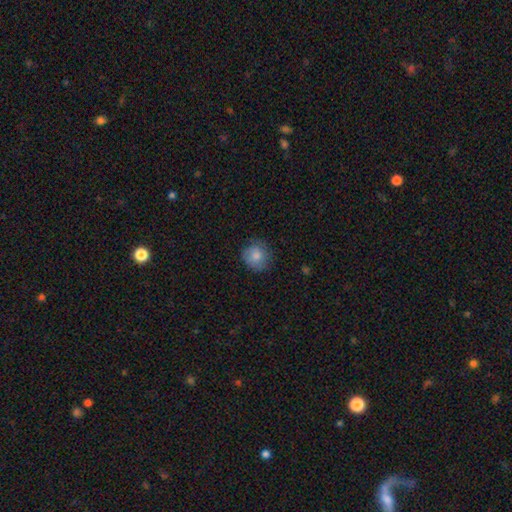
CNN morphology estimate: This appears to be a smooth galaxy with no disk features (82%) that is round (88%). Merging: none (76%).